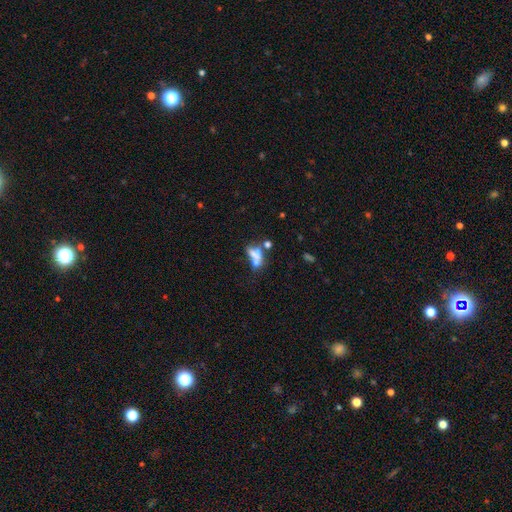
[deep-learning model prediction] Q: Smooth or featured?
A: smooth (55%); runner-up: featured or disk (31%)
Q: How rounded?
A: in between (79%); runner-up: round (12%)
Q: Merging?
A: merger (48%); runner-up: major disturbance (20%)